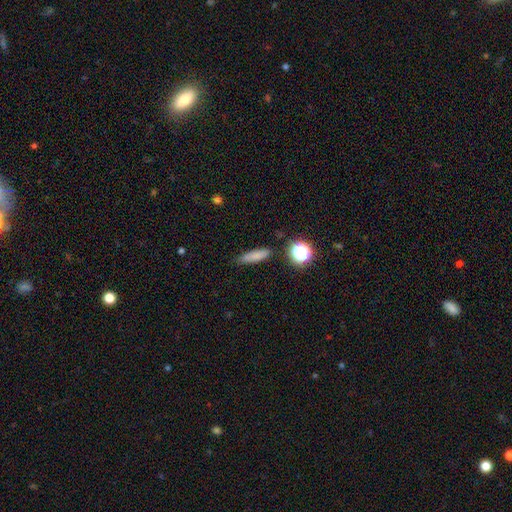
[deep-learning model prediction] Smooth or featured? smooth (77%)
How rounded? cigar-shaped (62%)
Merging? none (80%)